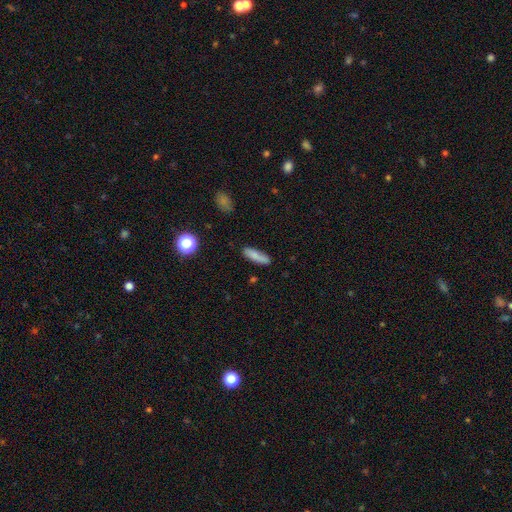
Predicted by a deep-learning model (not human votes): The model was most divided on "how rounded": cigar-shaped: 66%, in between: 32%, round: 2%. More confident: merging — none (81%); smooth or featured — smooth (80%).